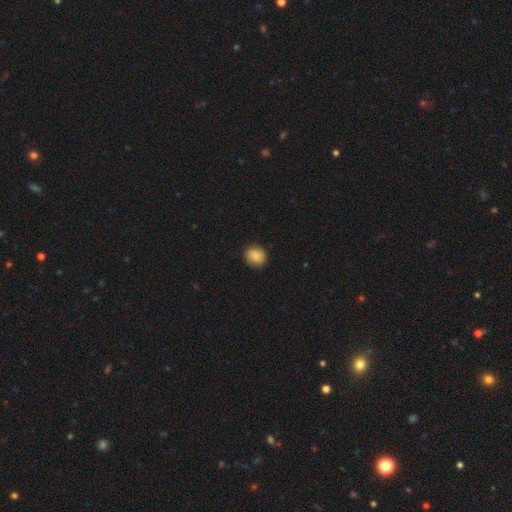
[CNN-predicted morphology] This is clearly a smooth galaxy (83%). How rounded: clearly round (81%). Merging: clearly none (87%).